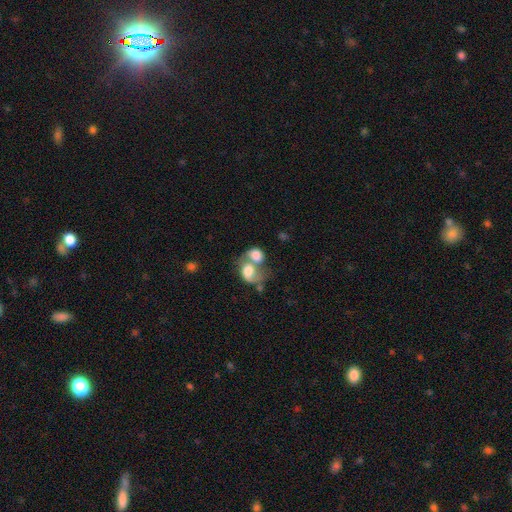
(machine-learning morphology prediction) type=smooth (68%); roundness=in between (53%); merging=merger (74%).